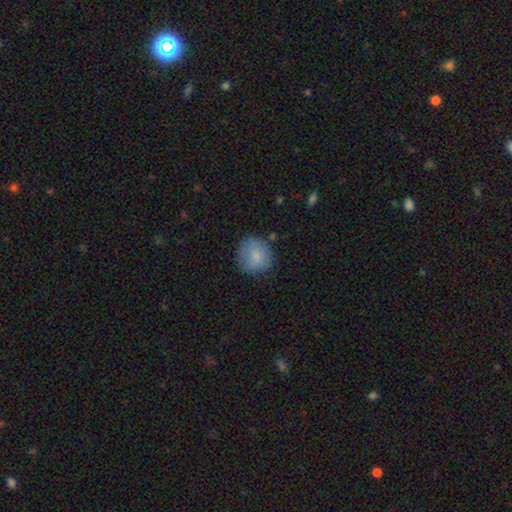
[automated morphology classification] smooth_or_featured: smooth (p=0.82) [alt: featured or disk p=0.10]
how_rounded: round (p=0.90) [alt: in between p=0.09]
merging: none (p=0.72) [alt: minor disturbance p=0.20]